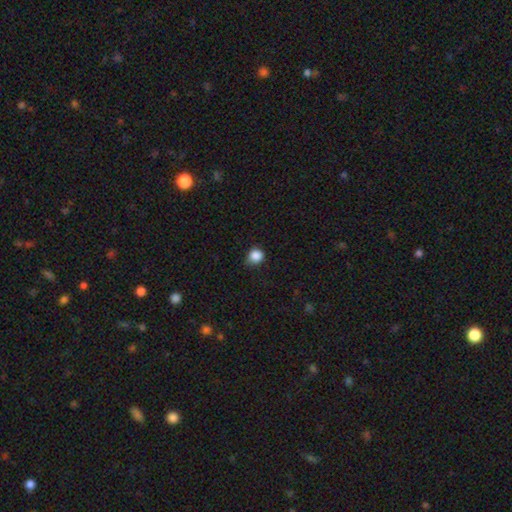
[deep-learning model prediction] smooth_or_featured: smooth (p=0.86) [alt: star or artifact p=0.11]
how_rounded: round (p=0.83) [alt: in between p=0.16]
merging: none (p=0.72) [alt: minor disturbance p=0.22]